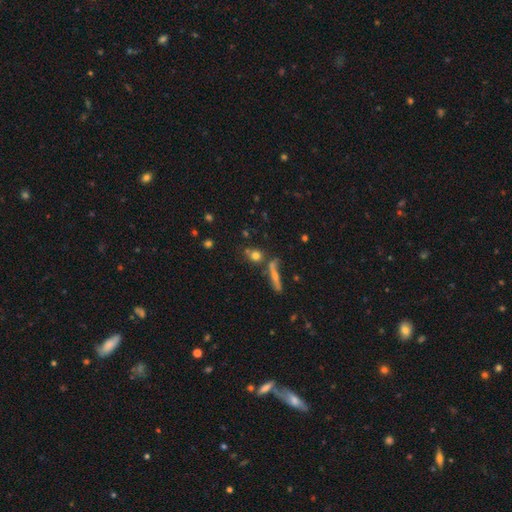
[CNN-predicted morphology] Overall: smooth (72%). How rounded: round (70%). Merging: none (62%).